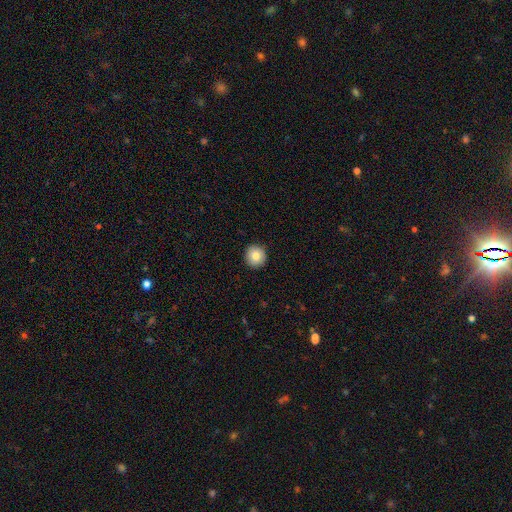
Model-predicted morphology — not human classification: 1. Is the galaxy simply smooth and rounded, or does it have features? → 82% smooth, 9% featured or disk, 8% star or artifact.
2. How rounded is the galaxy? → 93% round, 6% in between, 1% cigar-shaped.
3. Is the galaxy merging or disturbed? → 91% none, 6% minor disturbance, 2% major disturbance, 1% merger.